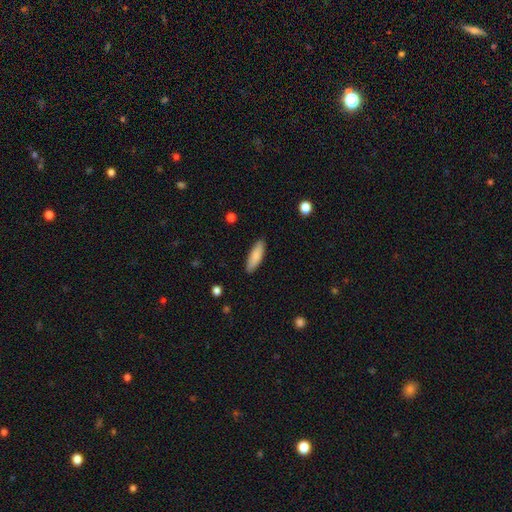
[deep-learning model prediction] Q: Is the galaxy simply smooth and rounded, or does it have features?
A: smooth — 84%.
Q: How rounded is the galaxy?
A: cigar-shaped — 49%, tied with in between.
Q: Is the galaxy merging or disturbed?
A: none — 89%.